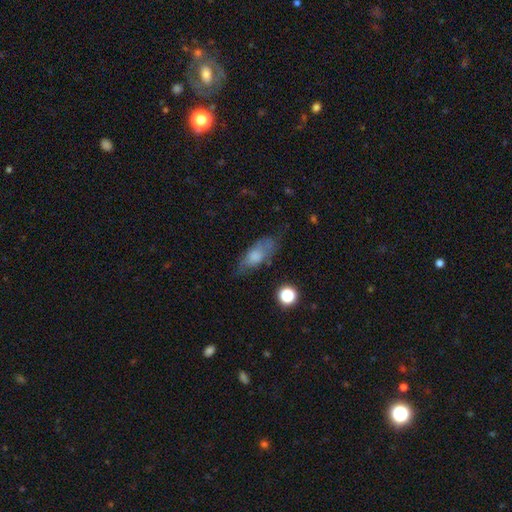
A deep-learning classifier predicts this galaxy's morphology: Smooth or featured? smooth (62%)
How rounded? in between (76%)
Merging? none (61%)